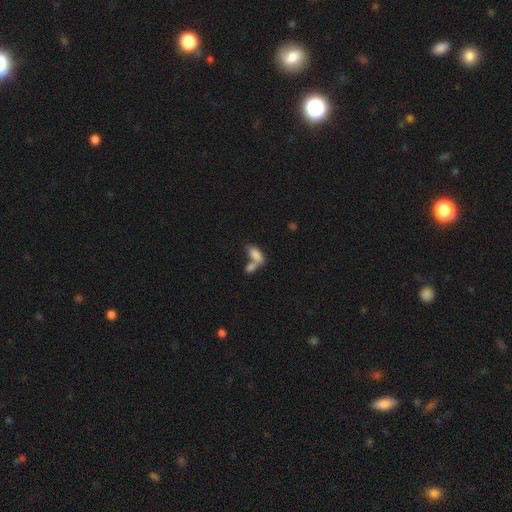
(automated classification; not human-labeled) Overall: smooth (80%). How rounded: in between (83%). Merging: merger (62%; none 24%).